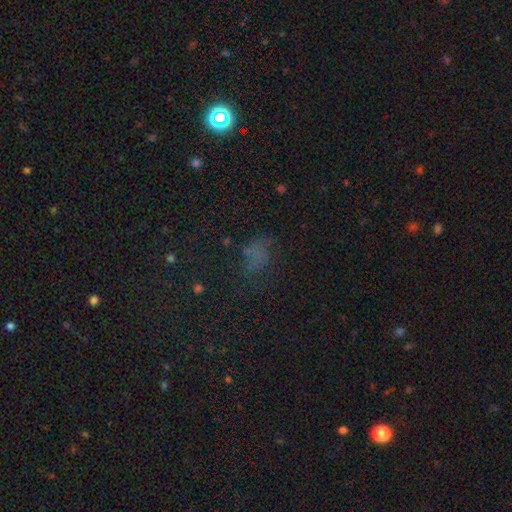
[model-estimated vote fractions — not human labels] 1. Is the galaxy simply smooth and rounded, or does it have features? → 49% smooth, 34% star or artifact, 17% featured or disk.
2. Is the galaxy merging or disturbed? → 50% none, 23% major disturbance, 23% minor disturbance, 4% merger.